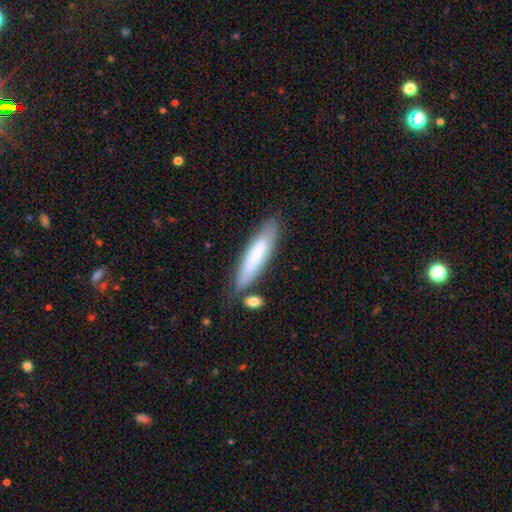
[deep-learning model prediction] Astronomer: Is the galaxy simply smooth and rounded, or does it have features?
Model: smooth — 74%.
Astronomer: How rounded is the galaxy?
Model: cigar-shaped — 77%.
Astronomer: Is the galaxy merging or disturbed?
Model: none — 71%.